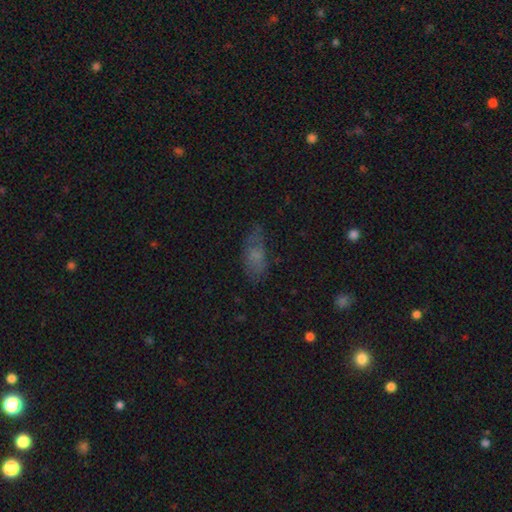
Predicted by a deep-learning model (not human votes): Smooth or featured?
  - smooth: 59% *
  - featured or disk: 25%
  - star or artifact: 16%
How rounded?
  - in between: 80% *
  - cigar-shaped: 15%
  - round: 5%
Merging?
  - none: 61% *
  - minor disturbance: 24%
  - major disturbance: 12%
  - merger: 2%